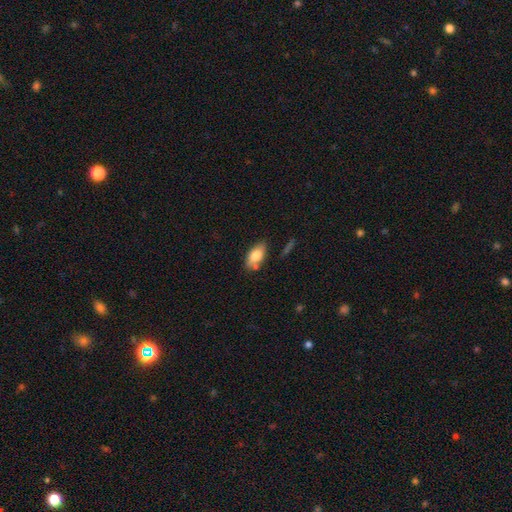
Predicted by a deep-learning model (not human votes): Smooth or featured: smooth — 78% (featured or disk — 15%)
How rounded: in between — 90% (cigar-shaped — 6%)
Merging: none — 70% (minor disturbance — 18%)